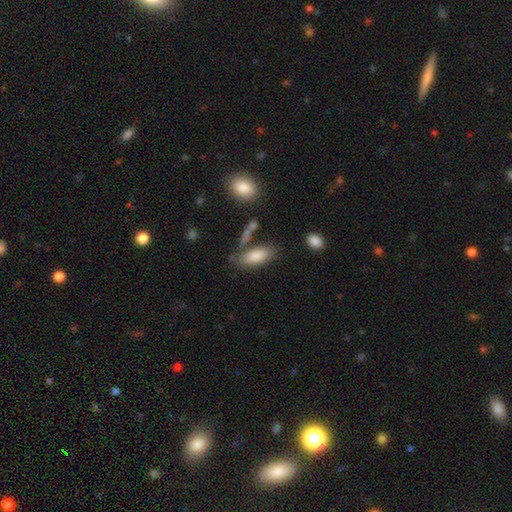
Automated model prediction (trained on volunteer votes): Smooth or featured? Predicted: smooth (p=0.83). How rounded? Predicted: in between (p=0.79). Merging? Predicted: none (p=0.66).